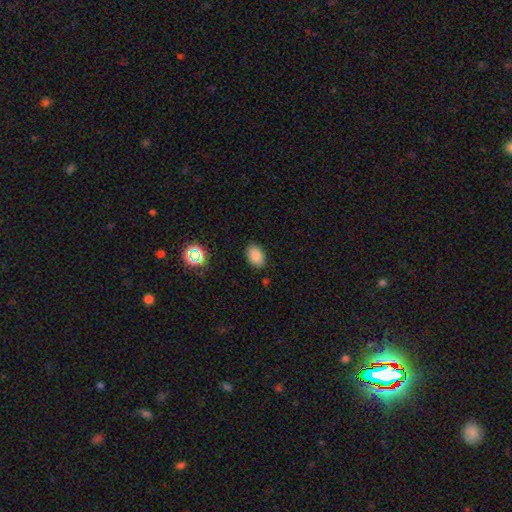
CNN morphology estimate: A smooth galaxy with no disk features (84%) that is in between round and cigar-shaped (86%).

Vote fractions:
- Smooth or featured? smooth: 84% / star or artifact: 11% / featured or disk: 5%
- How rounded? in between: 86% / round: 13% / cigar-shaped: 1%
- Merging? none: 85% / minor disturbance: 11% / major disturbance: 3% / merger: 2%